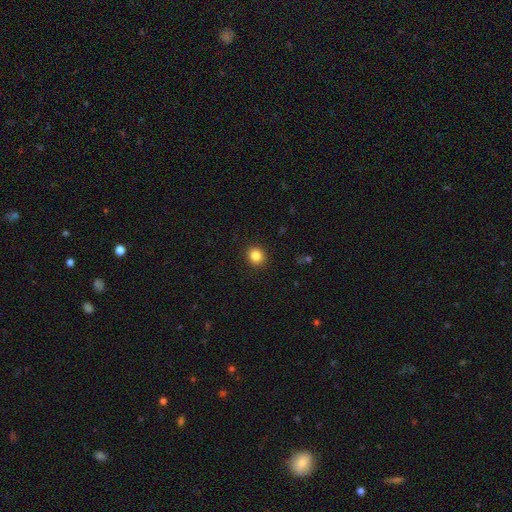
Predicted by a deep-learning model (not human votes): Overall: smooth (85%). How rounded: round (81%). Merging: none (91%).